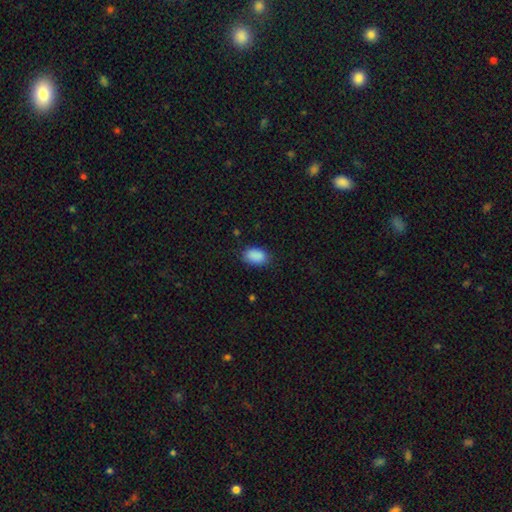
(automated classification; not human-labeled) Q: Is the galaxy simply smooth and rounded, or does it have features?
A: smooth — 89%.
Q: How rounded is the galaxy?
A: in between — 90%.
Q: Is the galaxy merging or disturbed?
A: none — 82%.